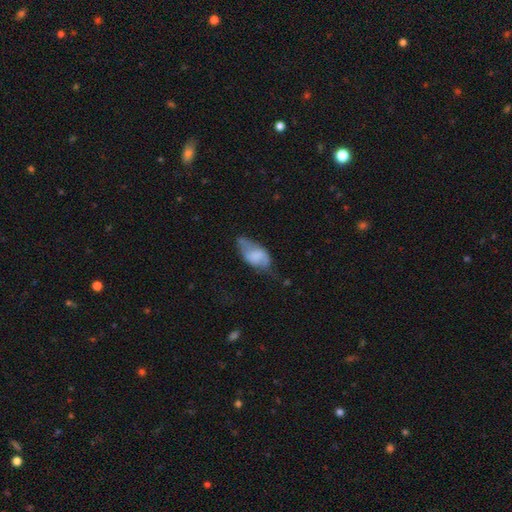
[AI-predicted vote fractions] smooth-or-featured: smooth: 62% | featured or disk: 30% | star or artifact: 8%
  how-rounded: in between: 91% | cigar-shaped: 5% | round: 4%
  merging: minor disturbance: 38% | none: 36% | major disturbance: 22% | merger: 4%